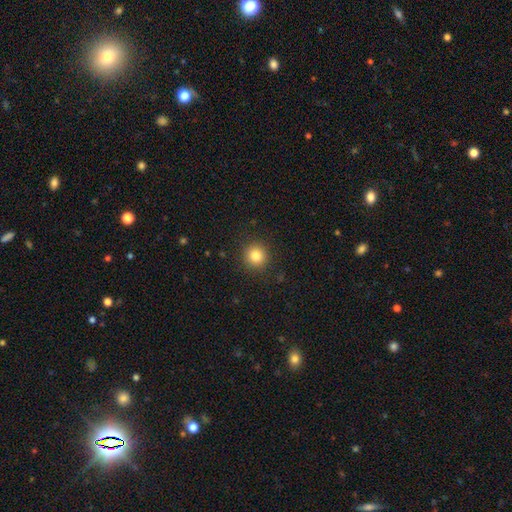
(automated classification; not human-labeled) Smooth or featured? smooth (84%)
How rounded? round (94%)
Merging? none (91%)